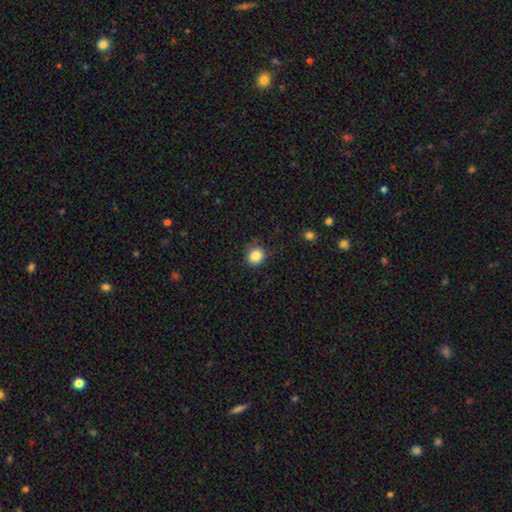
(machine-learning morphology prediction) This is clearly a smooth galaxy (84%). How rounded: clearly round (83%). Merging: likely none (80%).